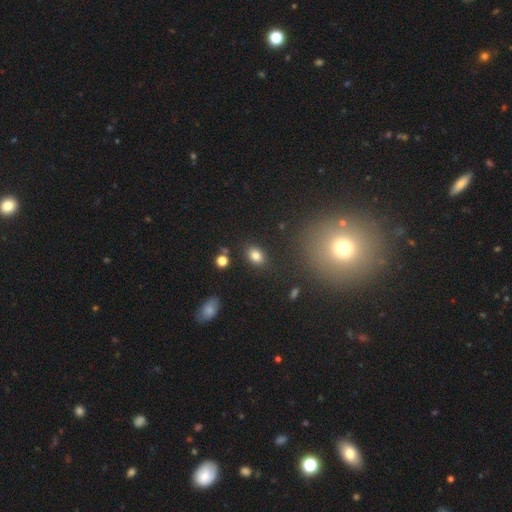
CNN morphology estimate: A smooth galaxy with no disk features (82%) that is in between round and cigar-shaped (74%).

Vote fractions:
- Smooth or featured? smooth: 82% / star or artifact: 11% / featured or disk: 7%
- How rounded? in between: 74% / round: 25% / cigar-shaped: 1%
- Merging? none: 84% / minor disturbance: 10% / merger: 3% / major disturbance: 3%